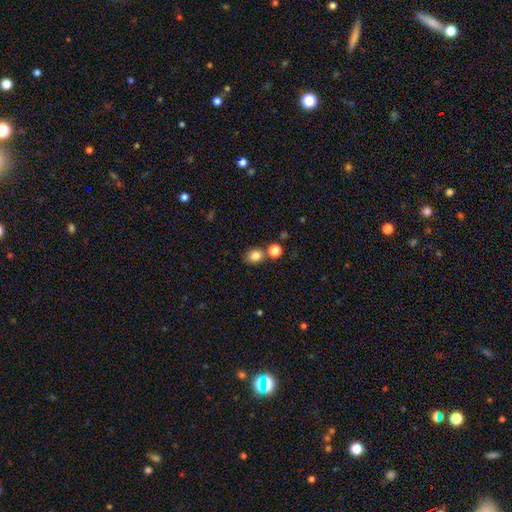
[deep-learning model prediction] smooth_or_featured: smooth (p=0.82) [alt: star or artifact p=0.11]
how_rounded: in between (p=0.50) [alt: round p=0.49]
merging: none (p=0.67) [alt: merger p=0.18]